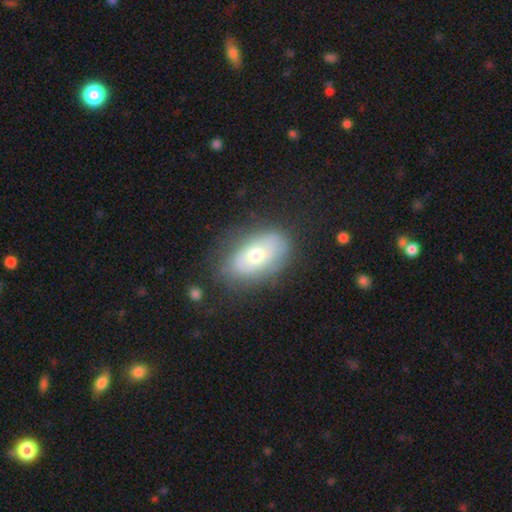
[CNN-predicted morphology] Smooth or featured? smooth (46%, tied with featured or disk)
Merging? none (73%)